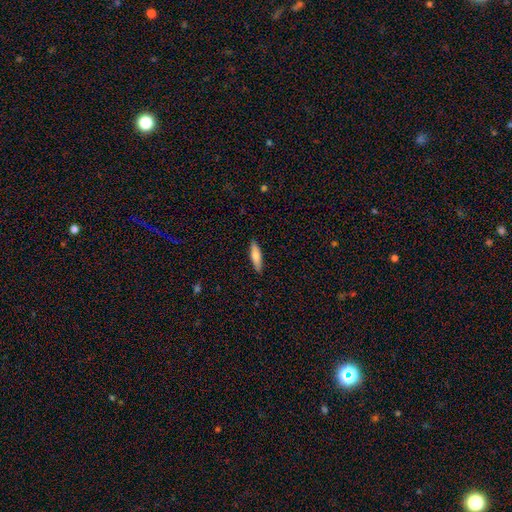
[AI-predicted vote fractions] Smooth or featured: smooth — 72% (featured or disk — 22%)
How rounded: cigar-shaped — 66% (in between — 33%)
Merging: none — 89% (minor disturbance — 8%)